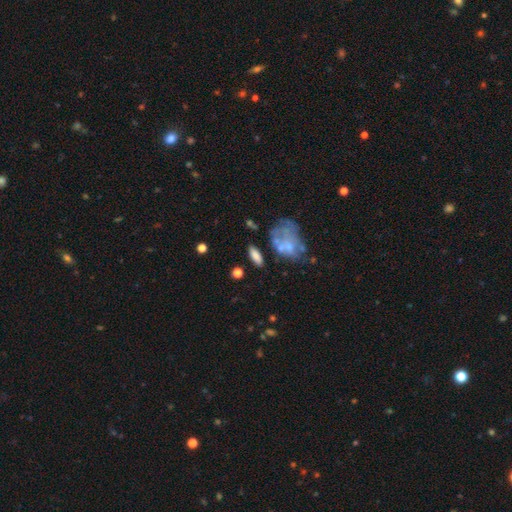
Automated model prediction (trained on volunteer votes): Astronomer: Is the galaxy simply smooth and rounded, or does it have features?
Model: smooth — 73%.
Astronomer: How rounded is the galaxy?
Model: in between — 76%.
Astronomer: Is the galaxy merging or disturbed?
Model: none — 66%.